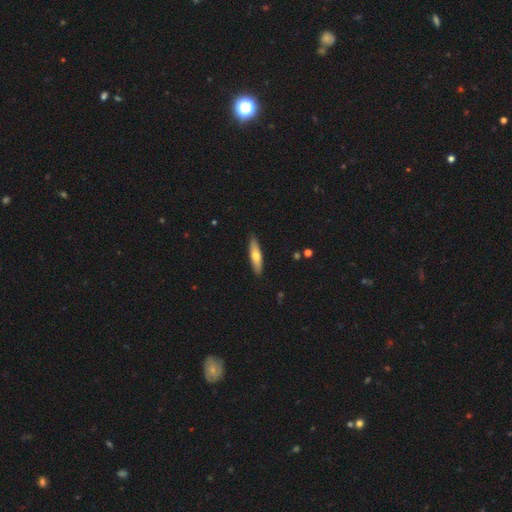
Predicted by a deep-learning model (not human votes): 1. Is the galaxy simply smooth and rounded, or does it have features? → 60% smooth, 35% featured or disk, 5% star or artifact.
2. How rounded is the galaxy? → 71% cigar-shaped, 27% in between, 2% round.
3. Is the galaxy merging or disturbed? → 89% none, 8% minor disturbance, 2% major disturbance, 1% merger.